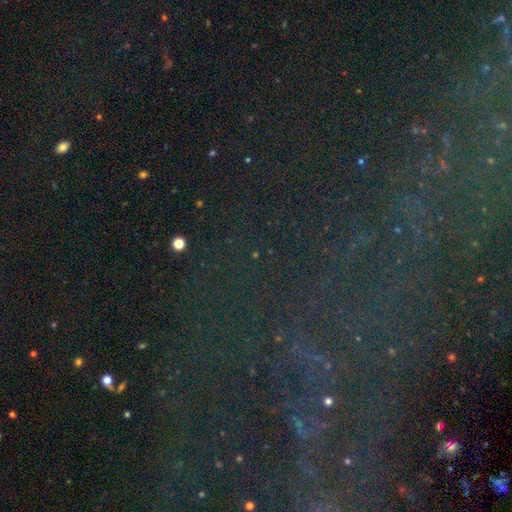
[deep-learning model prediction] A star or artifact, not a galaxy (84%).

Vote fractions:
- Smooth or featured? star or artifact: 84% / smooth: 8% / featured or disk: 8%